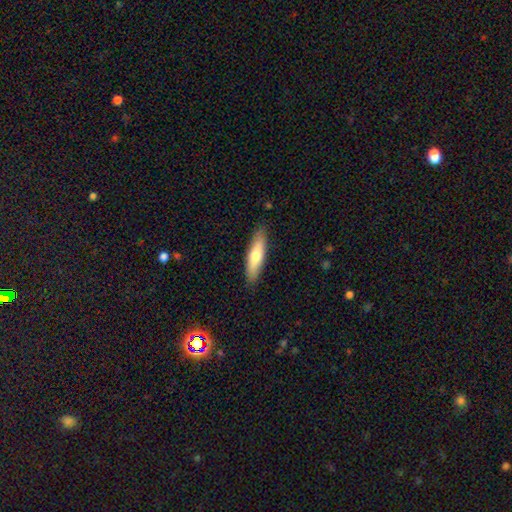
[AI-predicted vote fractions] This appears to be a smooth galaxy with no disk features (65%) that is cigar-shaped (69%). Merging: none (88%).